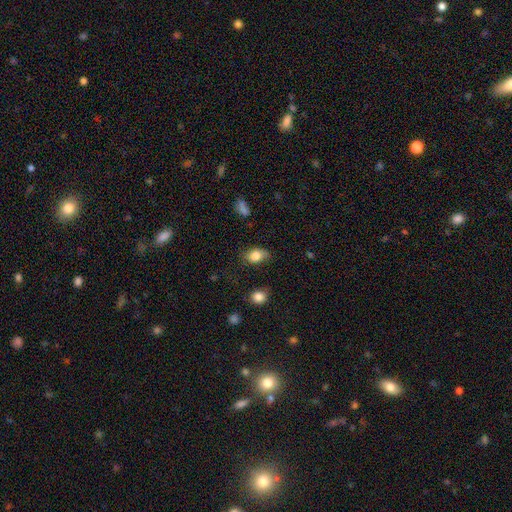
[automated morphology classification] A smooth galaxy with no disk features (83%) that is in between round and cigar-shaped (79%).

Vote fractions:
- Smooth or featured? smooth: 83% / star or artifact: 9% / featured or disk: 8%
- How rounded? in between: 79% / round: 20% / cigar-shaped: 2%
- Merging? none: 66% / minor disturbance: 26% / major disturbance: 6% / merger: 2%